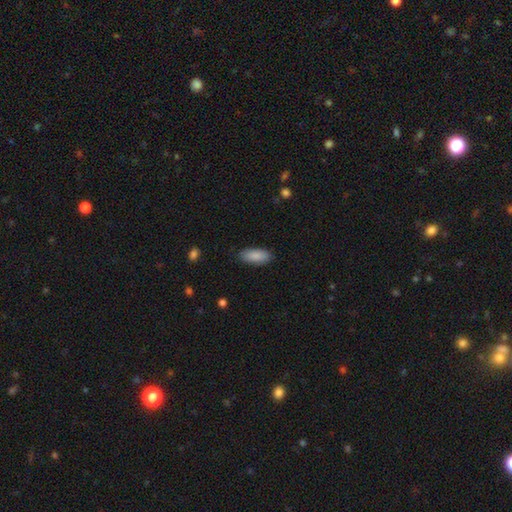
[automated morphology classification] The model was most divided on "how rounded": in between: 86%, cigar-shaped: 13%, round: 2%. More confident: smooth or featured — smooth (89%); merging — none (86%).